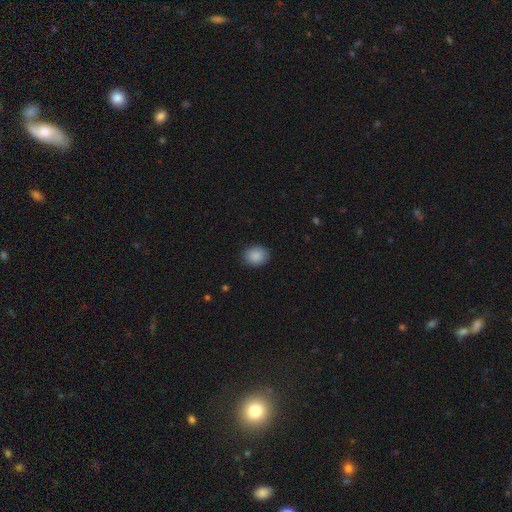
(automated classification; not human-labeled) smooth-or-featured: smooth: 89% | star or artifact: 8% | featured or disk: 4%
  how-rounded: round: 50% | in between: 49% | cigar-shaped: 1%
  merging: none: 87% | minor disturbance: 10% | major disturbance: 2% | merger: 1%